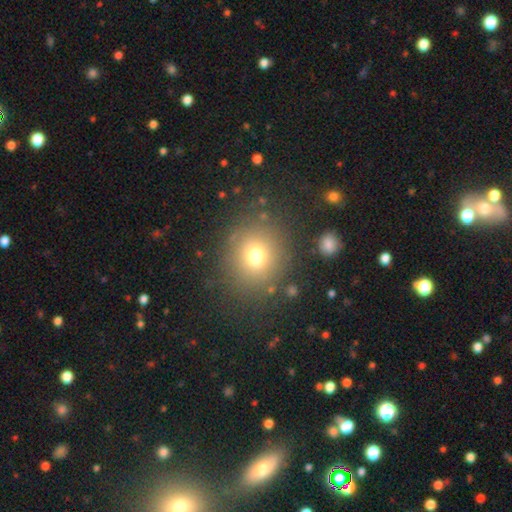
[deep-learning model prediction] smooth-or-featured: smooth: 71% | star or artifact: 18% | featured or disk: 11%
  how-rounded: round: 86% | in between: 13% | cigar-shaped: 1%
  merging: none: 83% | minor disturbance: 9% | major disturbance: 5% | merger: 3%